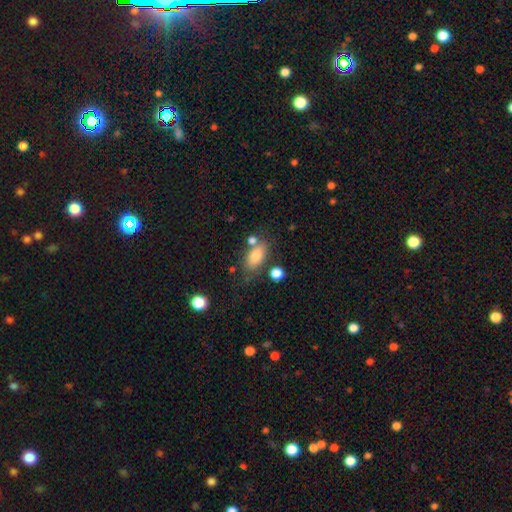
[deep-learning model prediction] smooth 78%, featured or disk 12%, star or artifact 10%. Down the decision tree: how rounded — in between (86%); merging — none (65%).